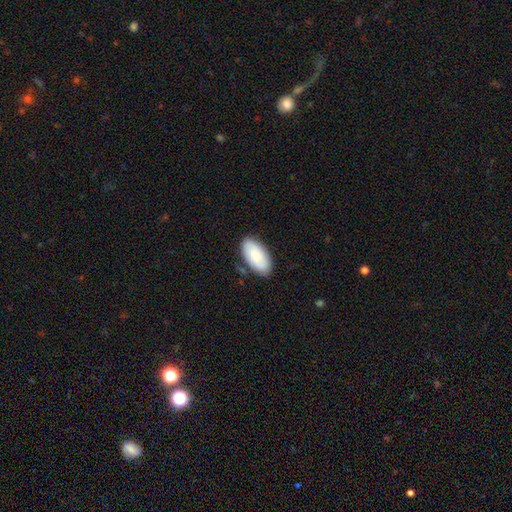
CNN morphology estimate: Smooth or featured? smooth (78%)
How rounded? in between (95%)
Merging? none (82%)